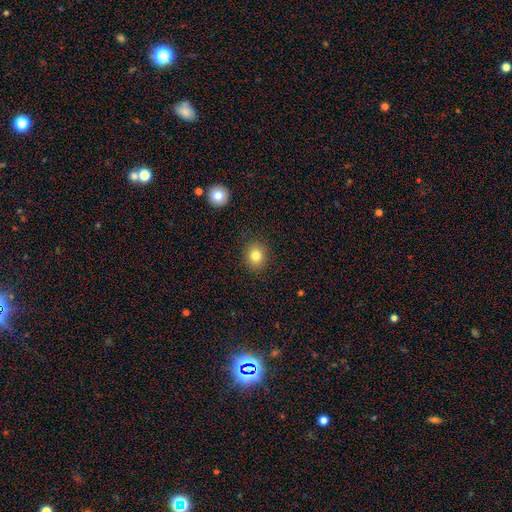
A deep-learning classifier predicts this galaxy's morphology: A smooth galaxy with no disk features (81%) that is round (75%). Merging: none (88%).